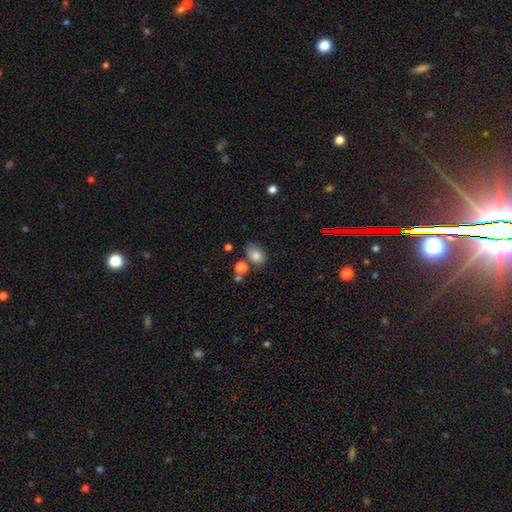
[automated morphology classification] type=smooth (82%); roundness=in between (79%); merging=none (63%).